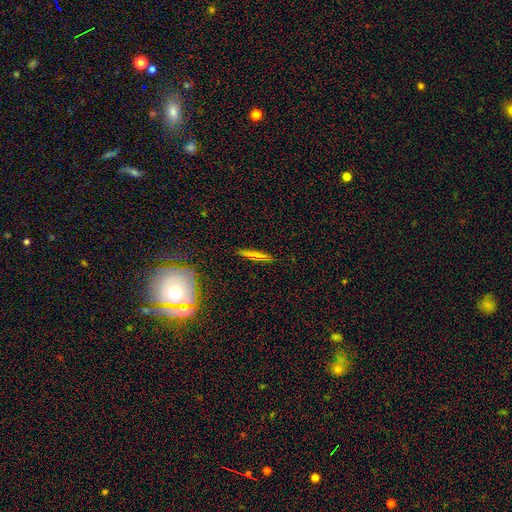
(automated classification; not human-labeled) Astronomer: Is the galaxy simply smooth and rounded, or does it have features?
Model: smooth — 70%.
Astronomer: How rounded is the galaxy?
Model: cigar-shaped — 91%.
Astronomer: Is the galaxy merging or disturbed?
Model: none — 89%.